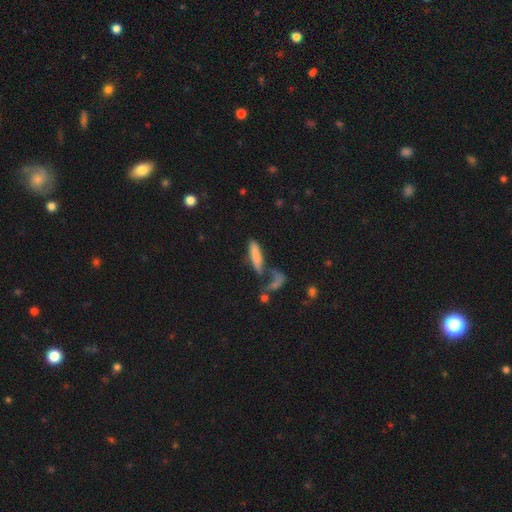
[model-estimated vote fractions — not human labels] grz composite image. It shows a smooth galaxy with no disk features (76%) that is cigar-shaped (70%). Merging: none (44%).